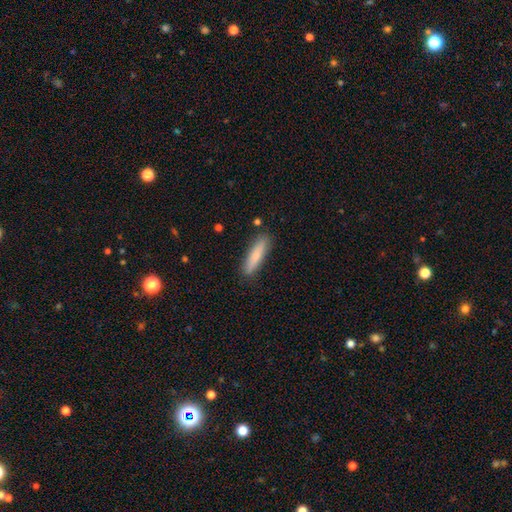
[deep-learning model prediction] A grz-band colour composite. It shows a smooth galaxy with no disk features (80%) that is cigar-shaped (83%). Merging: none (87%).